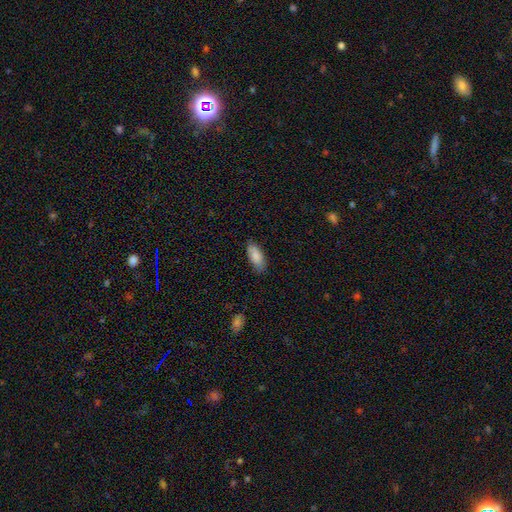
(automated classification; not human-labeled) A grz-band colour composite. It shows a smooth galaxy with no disk features (87%) that is in between round and cigar-shaped (84%). Merging: none (83%).